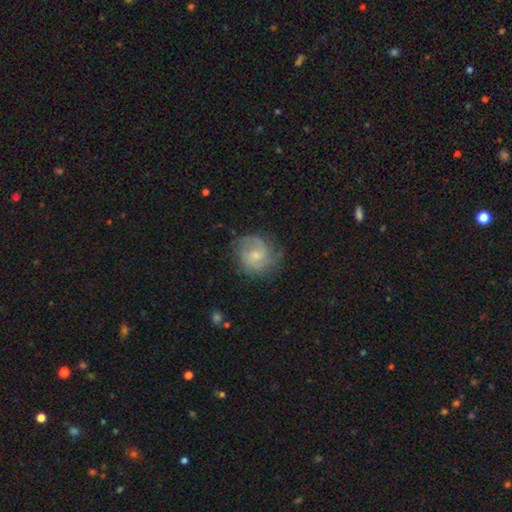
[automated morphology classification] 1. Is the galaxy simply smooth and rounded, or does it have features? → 60% featured or disk, 32% smooth, 7% star or artifact.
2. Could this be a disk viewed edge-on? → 98% no, 2% yes.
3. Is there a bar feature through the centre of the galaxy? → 52% no, 43% weak, 5% strong.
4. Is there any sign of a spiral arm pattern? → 90% yes, 10% no.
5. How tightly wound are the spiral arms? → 45% medium, 33% tight, 22% loose.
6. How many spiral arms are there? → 63% 2, 18% can't tell, 8% 1, 7% 3, 2% 4, 2% more than 4.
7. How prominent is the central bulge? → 52% small, 34% moderate, 10% none, 3% large, 1% dominant.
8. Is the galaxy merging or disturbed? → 70% none, 20% minor disturbance, 9% major disturbance, 1% merger.